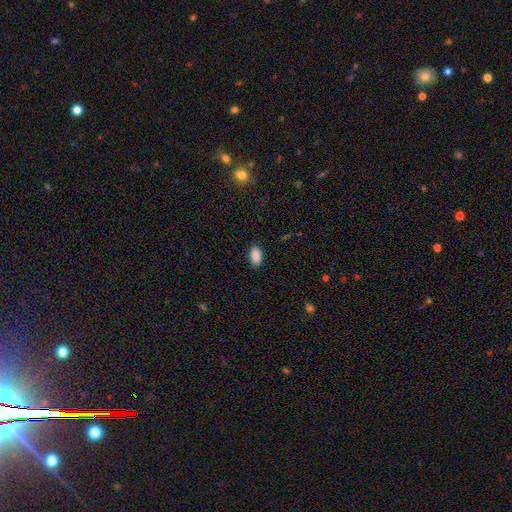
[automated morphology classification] The model was most divided on "merging": none: 88%, minor disturbance: 9%, major disturbance: 2%, merger: 1%. More confident: how rounded — in between (93%); smooth or featured — smooth (89%).